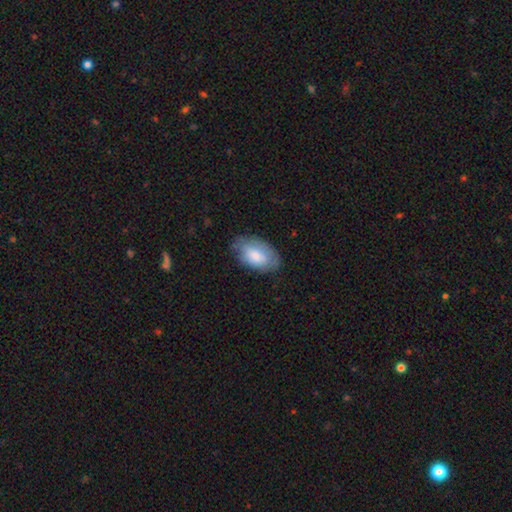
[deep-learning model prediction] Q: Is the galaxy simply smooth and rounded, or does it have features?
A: smooth — 74%.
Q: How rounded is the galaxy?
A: in between — 94%.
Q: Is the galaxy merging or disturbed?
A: none — 68%.